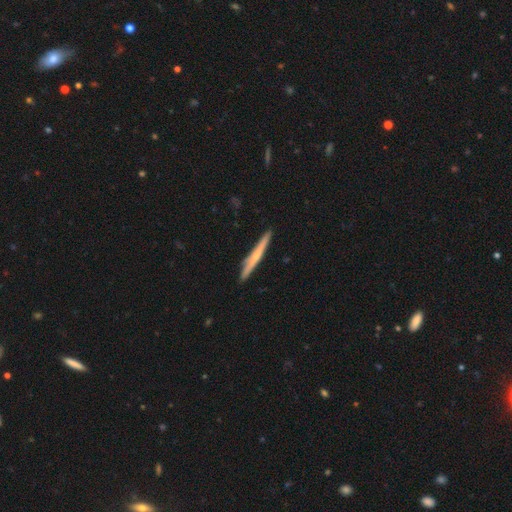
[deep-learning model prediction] Morphology: type=featured or disk (49%); merging=none (91%).